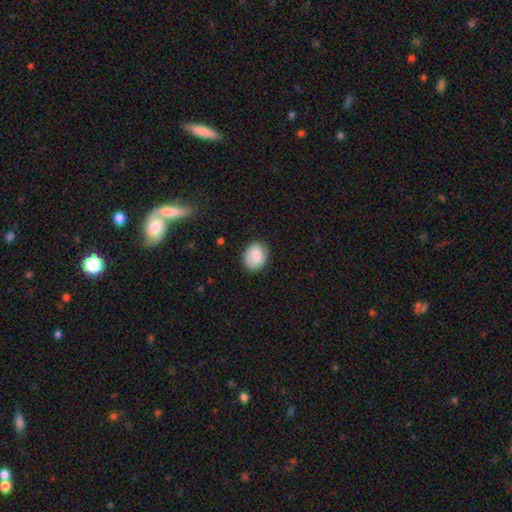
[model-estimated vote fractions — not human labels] Smooth or featured: smooth — 81% (featured or disk — 12%)
How rounded: round — 50% (in between — 49%)
Merging: none — 82% (minor disturbance — 14%)